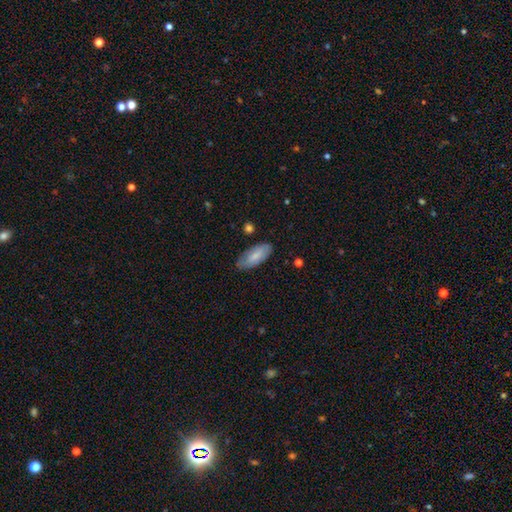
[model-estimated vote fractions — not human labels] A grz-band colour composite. It shows a smooth galaxy with no disk features (74%) that is in between round and cigar-shaped (83%). Merging: none (81%).